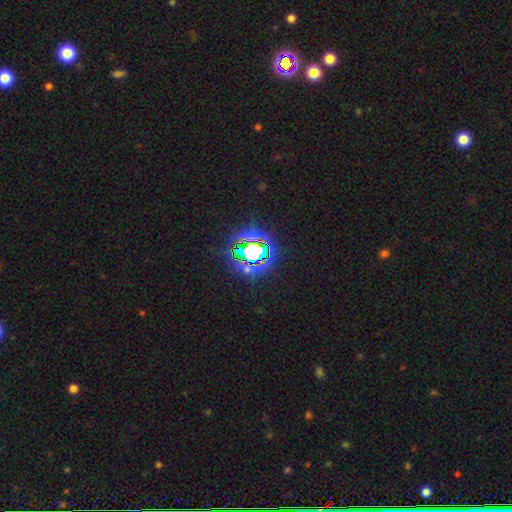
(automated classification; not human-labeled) Smooth or featured? Predicted: star or artifact (p=0.72).